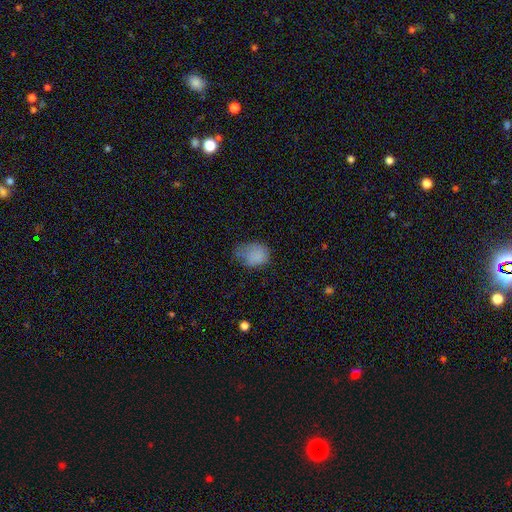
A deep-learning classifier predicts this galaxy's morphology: This is clearly a smooth galaxy (81%). How rounded: possibly in between (56%). Merging: marginally minor disturbance (41%).